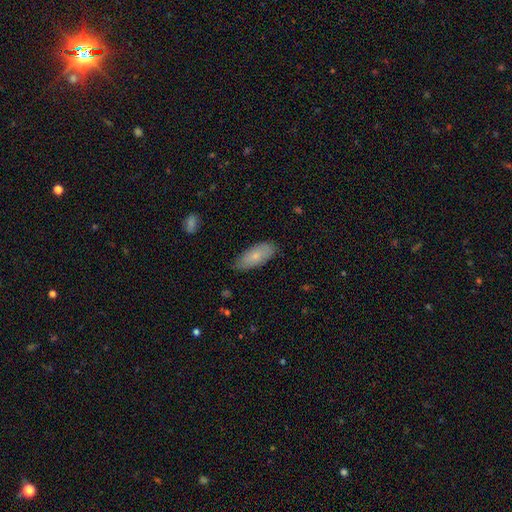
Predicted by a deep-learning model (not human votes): Q: Smooth or featured?
A: smooth (74%); runner-up: featured or disk (20%)
Q: How rounded?
A: in between (83%); runner-up: cigar-shaped (15%)
Q: Merging?
A: none (76%); runner-up: minor disturbance (20%)